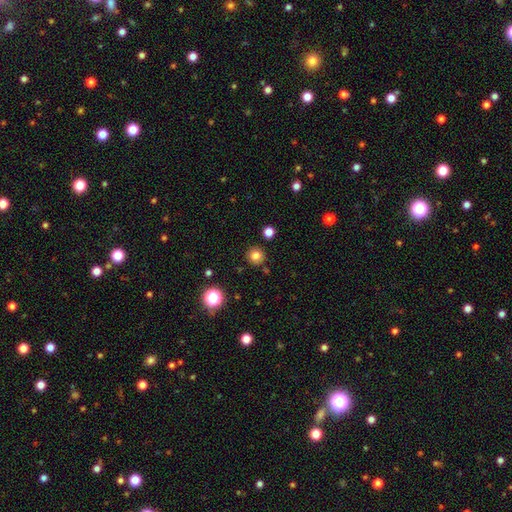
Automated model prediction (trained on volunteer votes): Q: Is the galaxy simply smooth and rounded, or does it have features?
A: smooth — 80%.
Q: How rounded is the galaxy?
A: round — 94%.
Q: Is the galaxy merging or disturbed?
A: none — 88%.